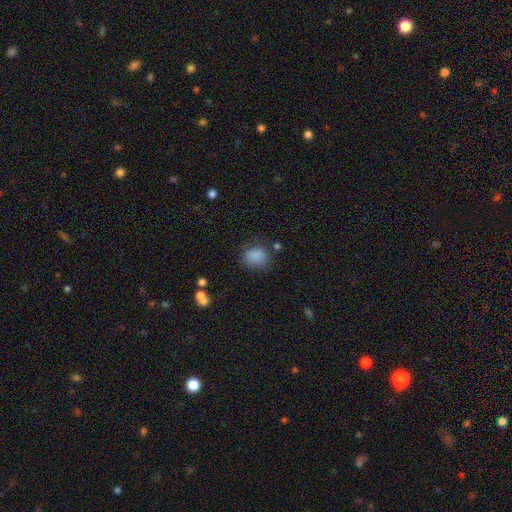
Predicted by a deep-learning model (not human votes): smooth 84%, star or artifact 11%, featured or disk 6%. Down the decision tree: how rounded — round (58%); merging — none (68%).